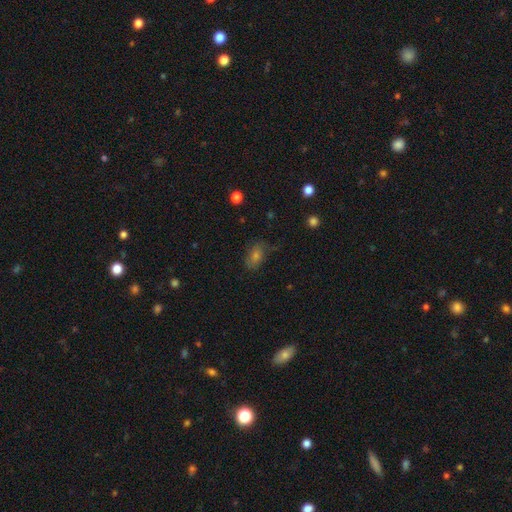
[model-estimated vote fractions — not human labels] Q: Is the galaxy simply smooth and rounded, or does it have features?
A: smooth — 55%.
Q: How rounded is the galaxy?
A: in between — 76%.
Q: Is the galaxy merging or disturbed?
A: none — 64%.